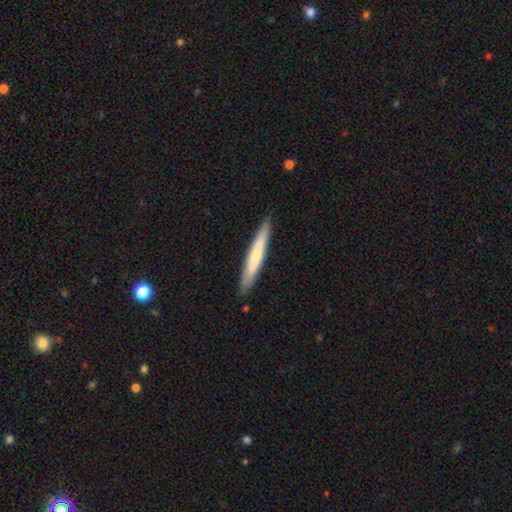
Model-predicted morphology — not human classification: This appears to be a smooth galaxy with no disk features (59%) that is cigar-shaped (95%). Merging: none (90%).